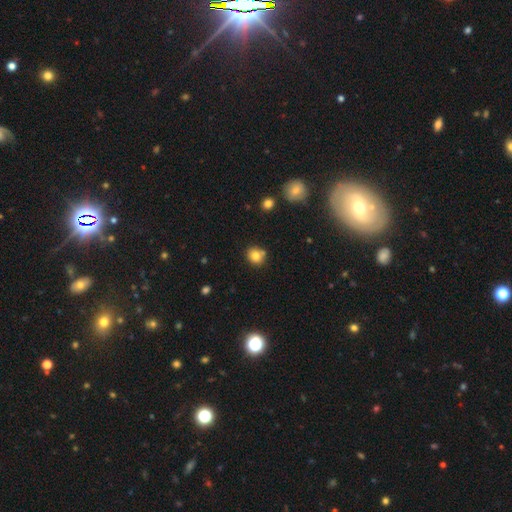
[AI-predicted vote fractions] This appears to be a smooth galaxy with no disk features (80%) that is round (84%). Merging: none (73%).